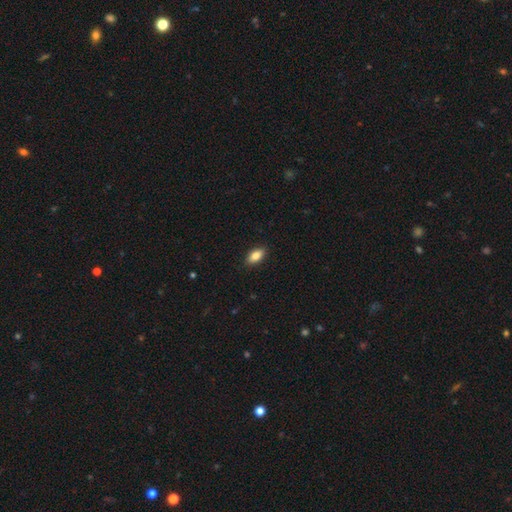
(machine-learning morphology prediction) This is clearly a smooth galaxy (84%). How rounded: clearly in between (89%). Merging: clearly none (89%).